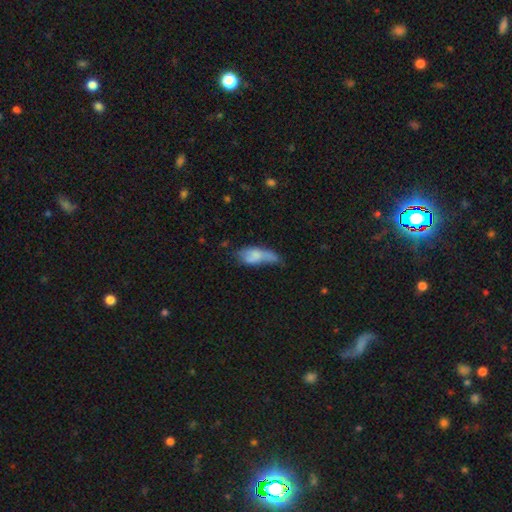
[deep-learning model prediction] smooth-or-featured: smooth: 66% | featured or disk: 25% | star or artifact: 8%
  how-rounded: in between: 73% | cigar-shaped: 23% | round: 3%
  merging: minor disturbance: 34% | none: 28% | major disturbance: 26% | merger: 13%